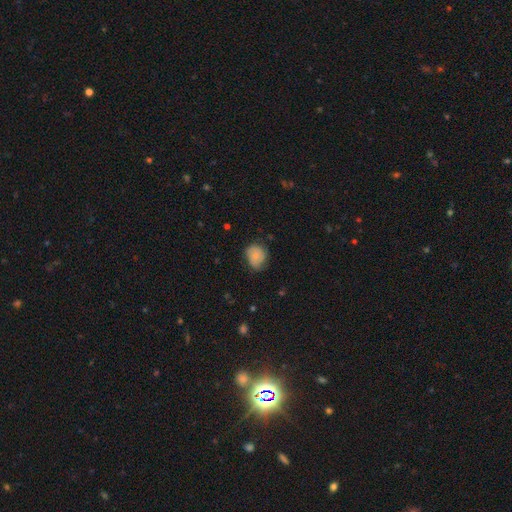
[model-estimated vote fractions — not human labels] A smooth galaxy with no disk features (71%) that is round (63%).

Vote fractions:
- Smooth or featured? smooth: 71% / featured or disk: 21% / star or artifact: 8%
- How rounded? round: 63% / in between: 36% / cigar-shaped: 1%
- Merging? none: 57% / minor disturbance: 33% / major disturbance: 9% / merger: 1%